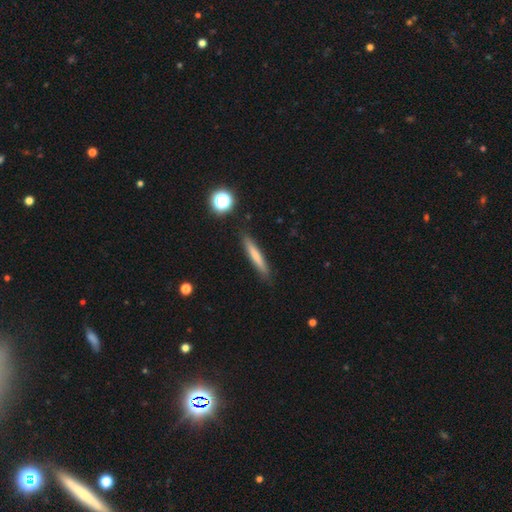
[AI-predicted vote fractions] Smooth or featured? Predicted: smooth (p=0.68). How rounded? Predicted: cigar-shaped (p=0.93). Merging? Predicted: none (p=0.89).